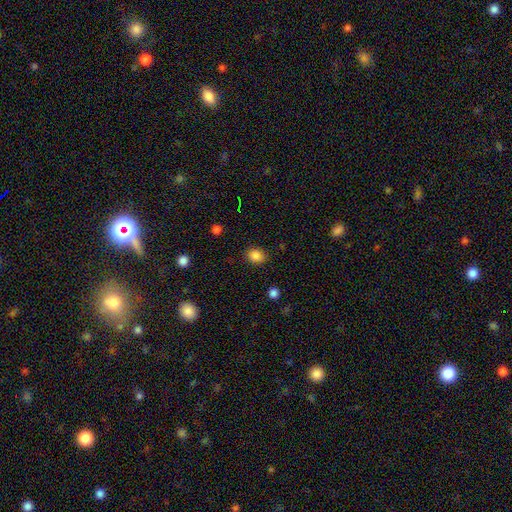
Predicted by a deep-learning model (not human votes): Smooth or featured? Predicted: smooth (p=0.85). How rounded? Predicted: round (p=0.67). Merging? Predicted: none (p=0.86).